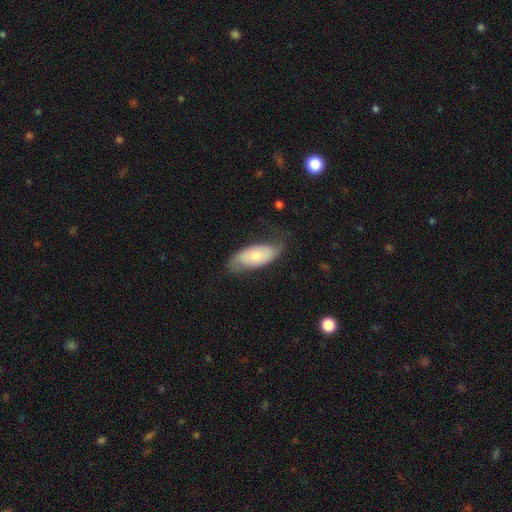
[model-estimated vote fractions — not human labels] The model was most divided on "smooth or featured": smooth: 56%, featured or disk: 39%, star or artifact: 6%. More confident: how rounded — in between (89%); merging — none (59%).